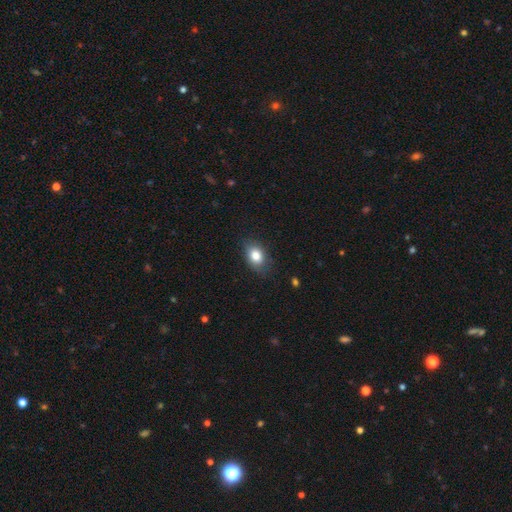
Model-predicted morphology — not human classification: A smooth galaxy with no disk features (83%) that is in between round and cigar-shaped (76%). Merging: none (78%).